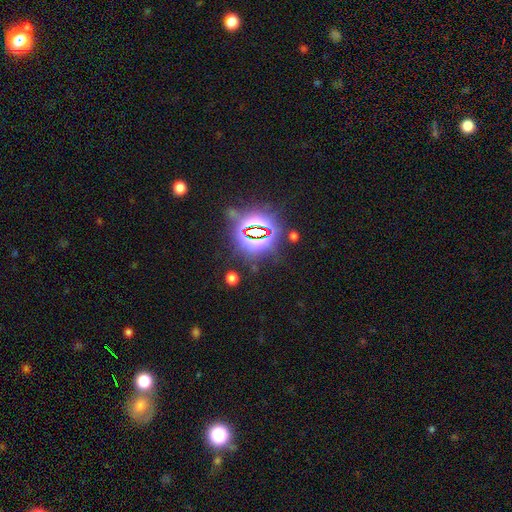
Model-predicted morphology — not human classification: The model was most divided on "smooth or featured": star or artifact: 82%, smooth: 11%, featured or disk: 8%.